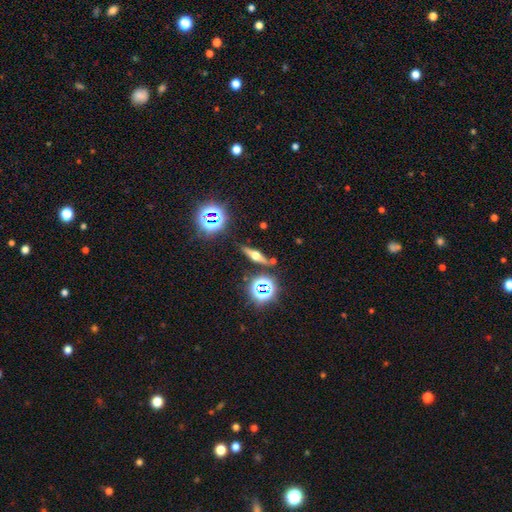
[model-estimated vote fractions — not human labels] Smooth or featured: featured or disk — 56% (smooth — 25%)
Edge-on disk: yes — 92% (no — 8%)
Edge-on bulge: rounded — 95% (boxy — 4%)
Merging: none — 85% (minor disturbance — 9%)